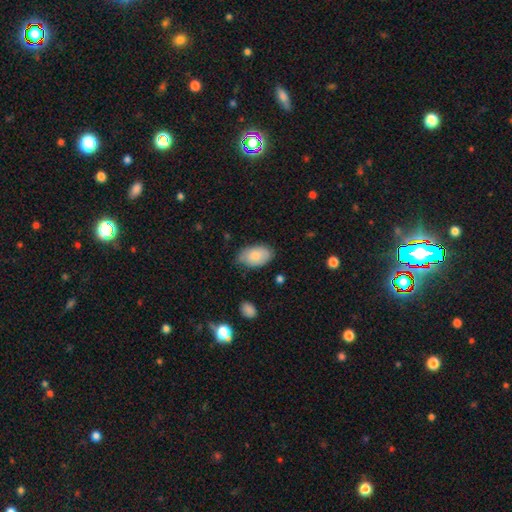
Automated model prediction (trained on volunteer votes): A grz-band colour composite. It shows a smooth galaxy with no disk features (81%) that is in between round and cigar-shaped (93%). Merging: none (73%).